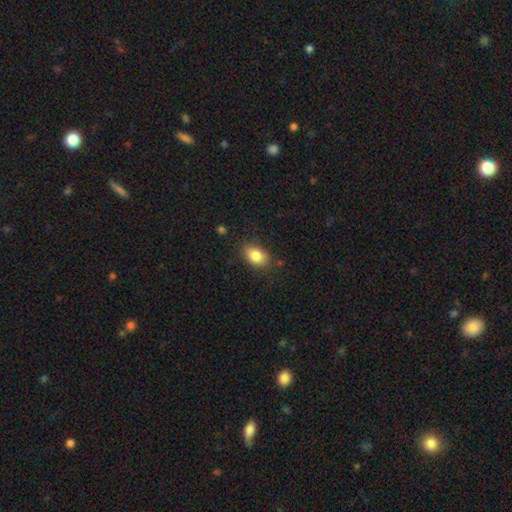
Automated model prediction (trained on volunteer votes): A smooth galaxy with no disk features (83%) that is in between round and cigar-shaped (82%). Merging: none (80%).